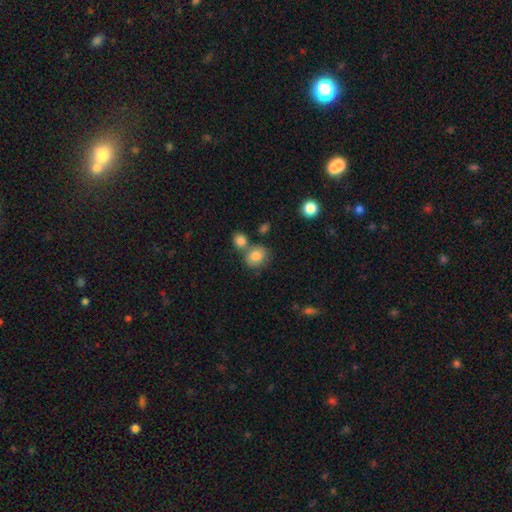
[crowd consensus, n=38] This is clearly a smooth galaxy (89%). How rounded: likely round (65%). Merging: possibly none (51%).